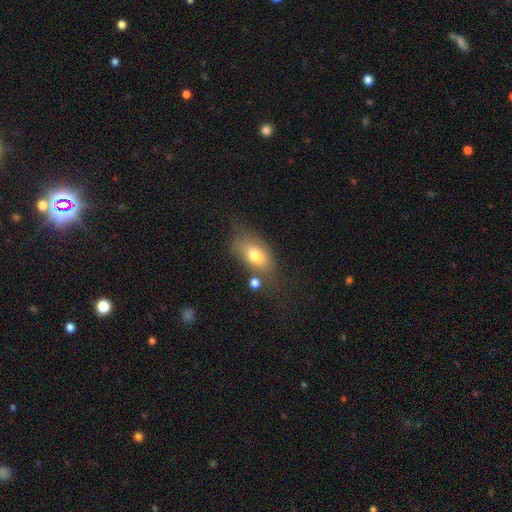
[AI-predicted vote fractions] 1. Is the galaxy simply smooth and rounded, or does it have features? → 74% smooth, 17% featured or disk, 9% star or artifact.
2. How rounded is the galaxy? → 85% in between, 10% round, 4% cigar-shaped.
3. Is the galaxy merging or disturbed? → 54% none, 22% minor disturbance, 12% major disturbance, 12% merger.